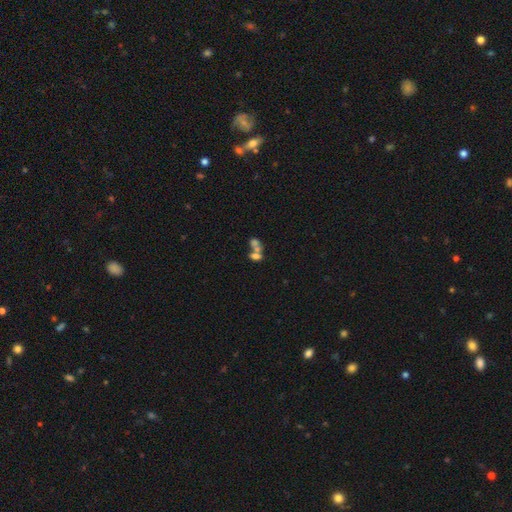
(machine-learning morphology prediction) smooth_or_featured: smooth (p=0.43) [alt: star or artifact p=0.35]
merging: none (p=0.43) [alt: merger p=0.39]